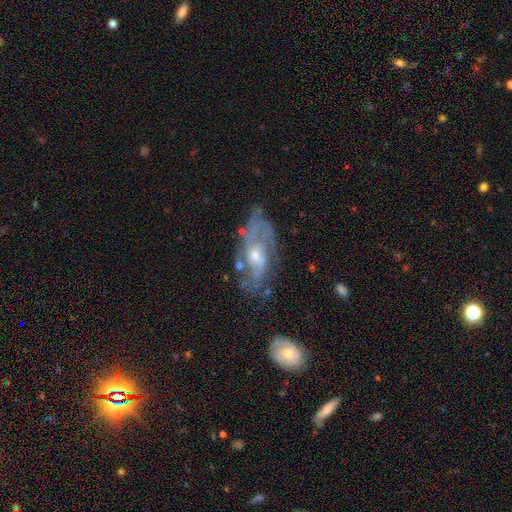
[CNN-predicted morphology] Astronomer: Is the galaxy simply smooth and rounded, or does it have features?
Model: featured or disk — 71%.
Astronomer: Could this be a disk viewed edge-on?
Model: no — 88%.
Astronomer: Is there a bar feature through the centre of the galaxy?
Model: no — 54% (runner-up: weak, 37%).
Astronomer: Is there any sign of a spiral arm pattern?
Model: yes — 79%.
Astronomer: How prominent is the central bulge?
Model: moderate — 56% (runner-up: small, 34%).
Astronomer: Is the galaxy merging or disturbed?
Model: none — 67%.